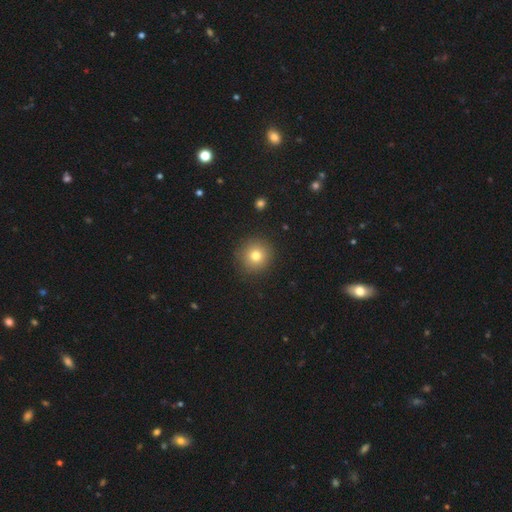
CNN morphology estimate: Smooth or featured? Predicted: smooth (p=0.77). How rounded? Predicted: round (p=0.94). Merging? Predicted: none (p=0.90).